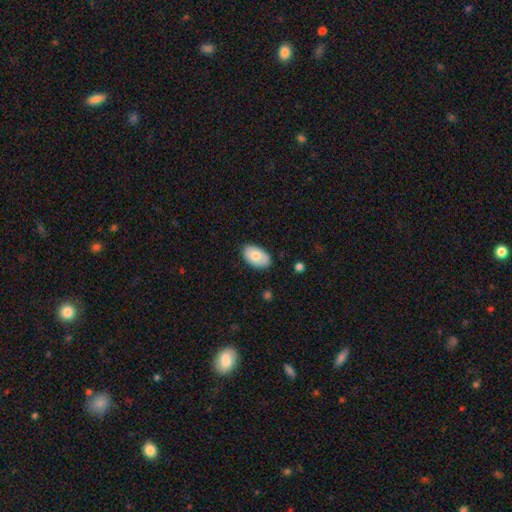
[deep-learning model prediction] A smooth galaxy with no disk features (73%) that is in between round and cigar-shaped (93%). Merging: none (82%).